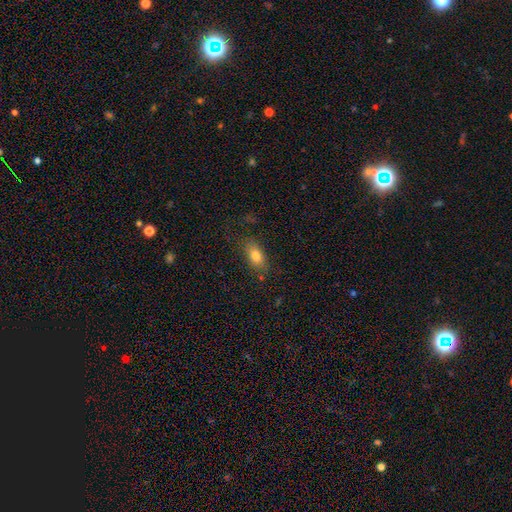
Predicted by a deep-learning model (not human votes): This appears to be a smooth galaxy with no disk features (78%) that is in between round and cigar-shaped (84%). Merging: none (75%).